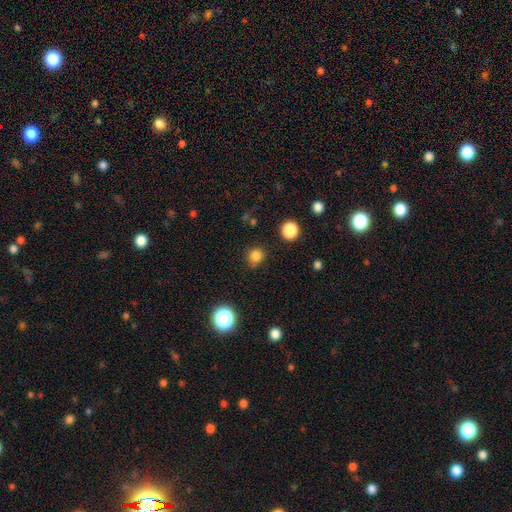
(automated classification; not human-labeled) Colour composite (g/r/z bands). It shows a smooth galaxy with no disk features (81%) that is round (88%). Merging: none (82%).